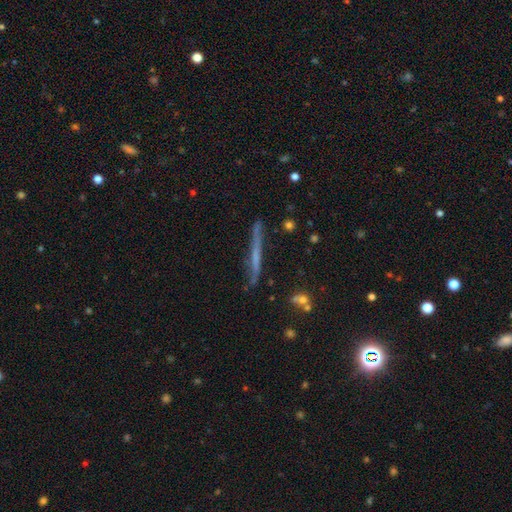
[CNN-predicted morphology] featured or disk 55%, smooth 35%, star or artifact 10%. Down the decision tree: edge-on disk — yes (94%); edge-on bulge — none (76%); merging — none (82%).